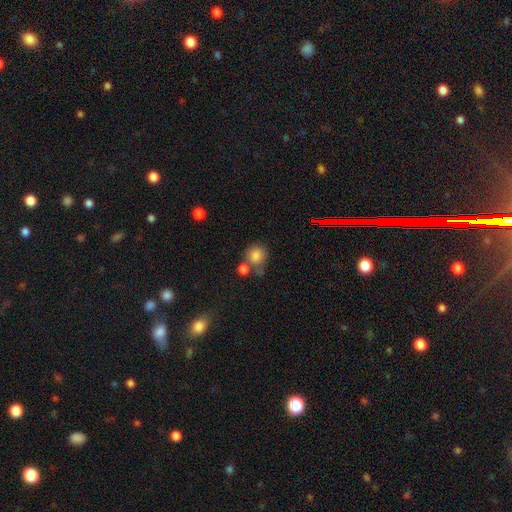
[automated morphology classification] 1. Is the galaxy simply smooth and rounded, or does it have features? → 83% smooth, 10% star or artifact, 7% featured or disk.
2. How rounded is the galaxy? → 81% round, 18% in between, 1% cigar-shaped.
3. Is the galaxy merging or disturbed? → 50% none, 27% merger, 16% minor disturbance, 7% major disturbance.